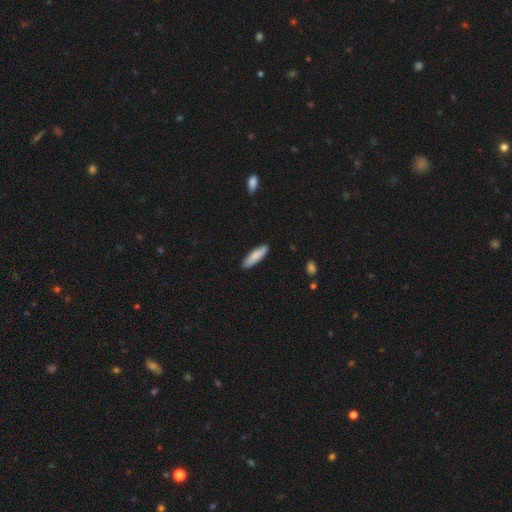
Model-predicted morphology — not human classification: smooth_or_featured: smooth (p=0.85) [alt: featured or disk p=0.10]
how_rounded: cigar-shaped (p=0.67) [alt: in between p=0.31]
merging: none (p=0.88) [alt: minor disturbance p=0.09]